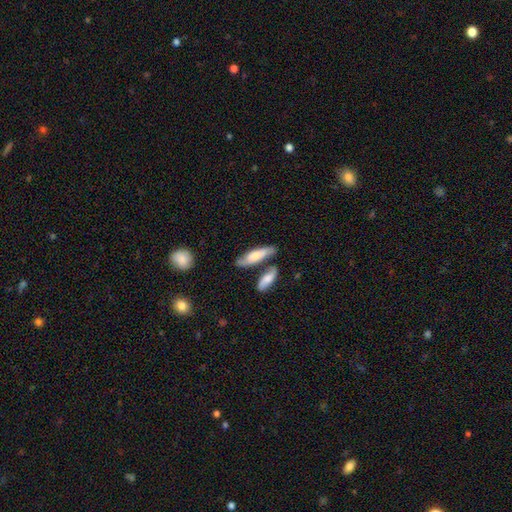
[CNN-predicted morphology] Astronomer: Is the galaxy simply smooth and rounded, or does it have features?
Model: smooth — 56% (runner-up: featured or disk, 38%).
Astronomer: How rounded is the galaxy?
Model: cigar-shaped — 51% (runner-up: in between, 47%).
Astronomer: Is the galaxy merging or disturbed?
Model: none — 58%.